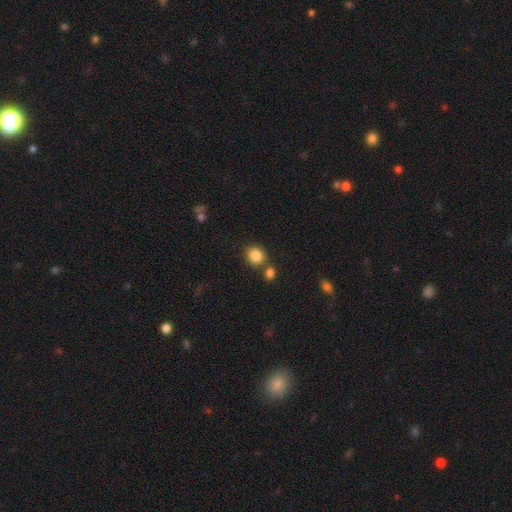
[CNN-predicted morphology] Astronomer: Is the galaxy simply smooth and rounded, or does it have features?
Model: smooth — 86%.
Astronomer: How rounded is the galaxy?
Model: round — 74%.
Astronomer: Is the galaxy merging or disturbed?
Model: none — 68%.